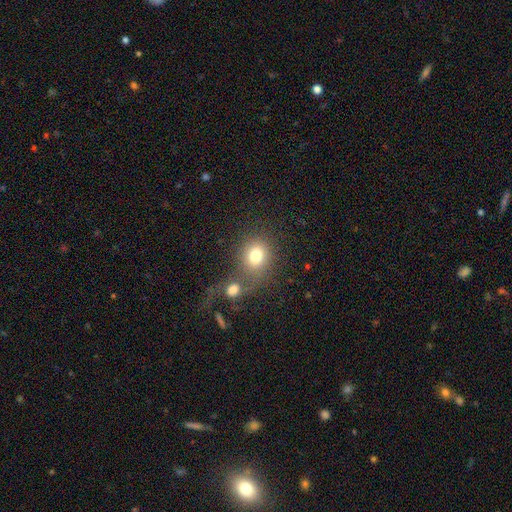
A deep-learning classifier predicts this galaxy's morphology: smooth 78%, featured or disk 12%, star or artifact 10%. Down the decision tree: how rounded — round (58%); merging — none (45%).